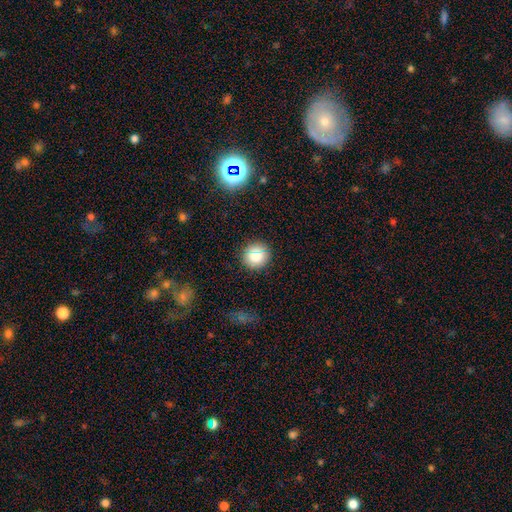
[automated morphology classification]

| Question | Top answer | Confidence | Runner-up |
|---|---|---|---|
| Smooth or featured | smooth | 80% | star or artifact (12%) |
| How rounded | round | 91% | in between (8%) |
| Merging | none | 88% | minor disturbance (8%) |